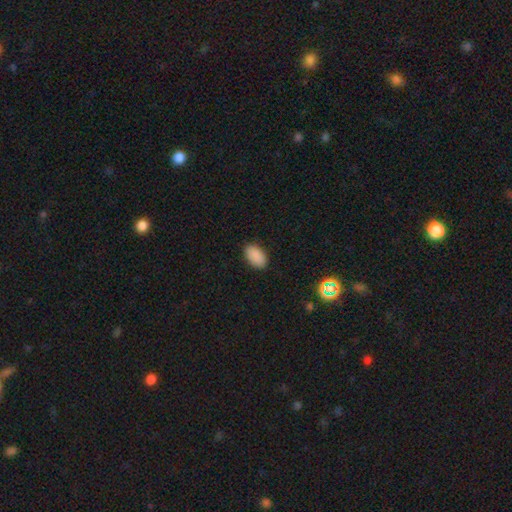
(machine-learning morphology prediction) smooth-or-featured: smooth: 89% | star or artifact: 8% | featured or disk: 3%
  how-rounded: in between: 93% | round: 5% | cigar-shaped: 1%
  merging: none: 88% | minor disturbance: 9% | major disturbance: 2% | merger: 1%